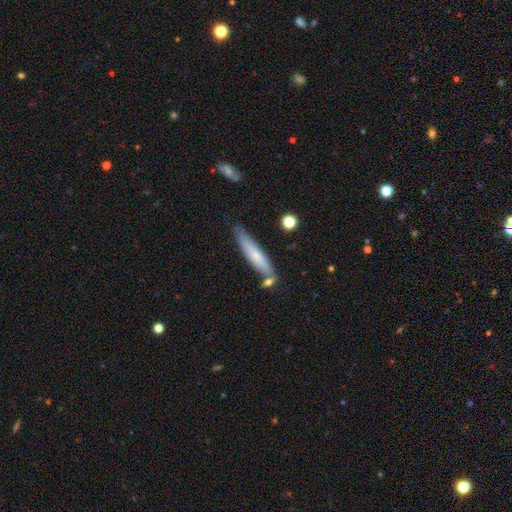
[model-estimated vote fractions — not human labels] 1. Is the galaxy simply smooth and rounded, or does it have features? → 63% smooth, 30% featured or disk, 7% star or artifact.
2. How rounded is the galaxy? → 88% cigar-shaped, 11% in between, 1% round.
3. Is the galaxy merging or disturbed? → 71% none, 17% minor disturbance, 9% merger, 3% major disturbance.